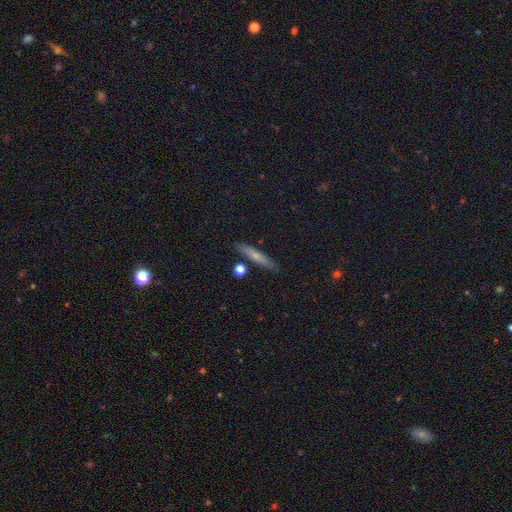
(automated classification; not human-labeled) Smooth or featured: smooth — 61% (featured or disk — 31%)
How rounded: cigar-shaped — 90% (in between — 8%)
Merging: none — 86% (minor disturbance — 9%)